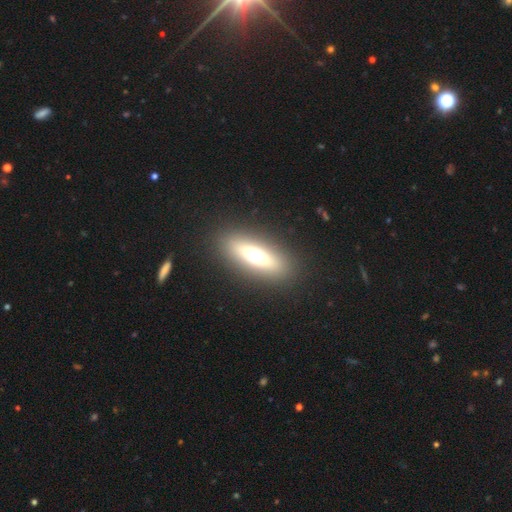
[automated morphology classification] smooth 49%, featured or disk 40%, star or artifact 11%. Down the decision tree: merging — none (89%).